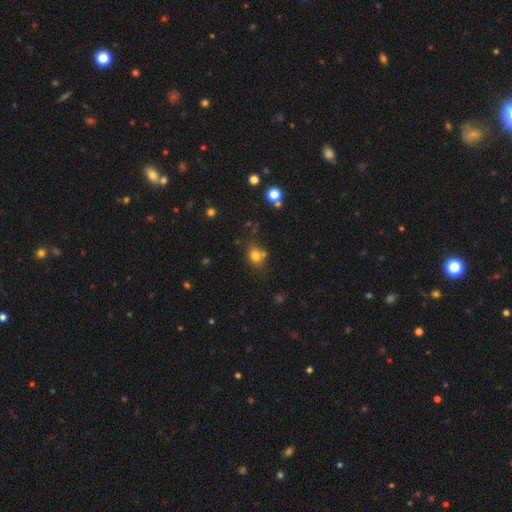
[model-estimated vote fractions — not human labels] smooth 77%, star or artifact 14%, featured or disk 9%. Down the decision tree: how rounded — round (59%); merging — none (63%).